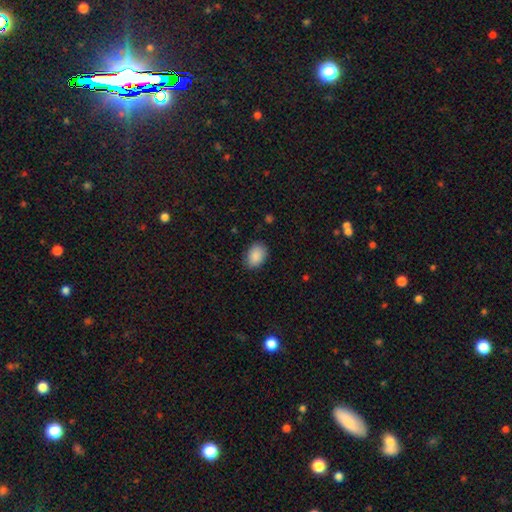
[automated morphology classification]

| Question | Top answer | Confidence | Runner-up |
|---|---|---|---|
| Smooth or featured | smooth | 90% | star or artifact (7%) |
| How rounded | in between | 79% | round (20%) |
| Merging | none | 84% | minor disturbance (12%) |